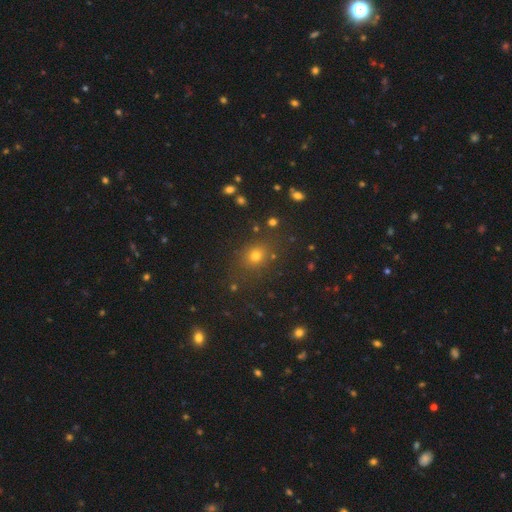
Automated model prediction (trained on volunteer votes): smooth_or_featured: smooth (p=0.69) [alt: star or artifact p=0.23]
how_rounded: round (p=0.68) [alt: in between p=0.30]
merging: none (p=0.83) [alt: minor disturbance p=0.10]